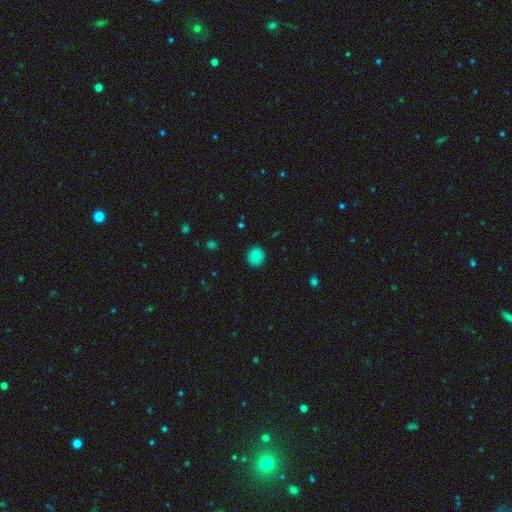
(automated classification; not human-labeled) This appears to be a smooth galaxy with no disk features (74%) that is round (92%). Merging: none (90%).